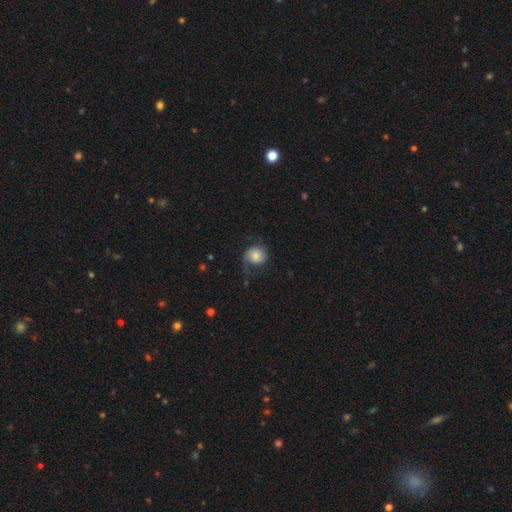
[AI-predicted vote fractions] A featured or disk galaxy (51%). Merging: none (58%).